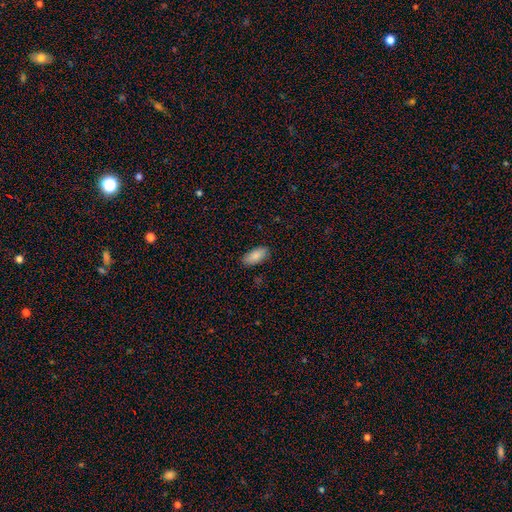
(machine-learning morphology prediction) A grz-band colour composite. It shows a smooth galaxy with no disk features (86%) that is in between round and cigar-shaped (90%). Merging: none (87%).